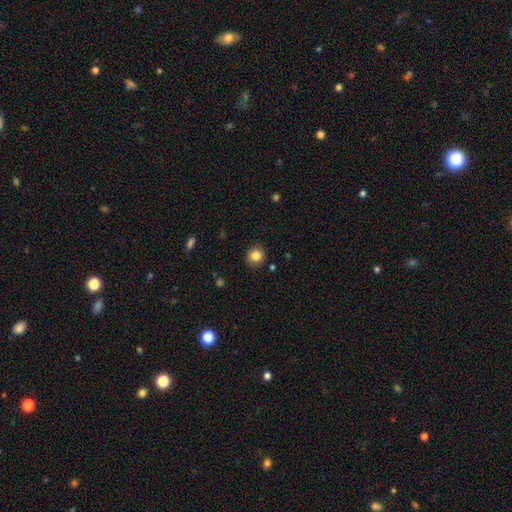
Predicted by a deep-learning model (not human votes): smooth 84%, star or artifact 11%, featured or disk 6%. Down the decision tree: how rounded — round (91%); merging — none (89%).